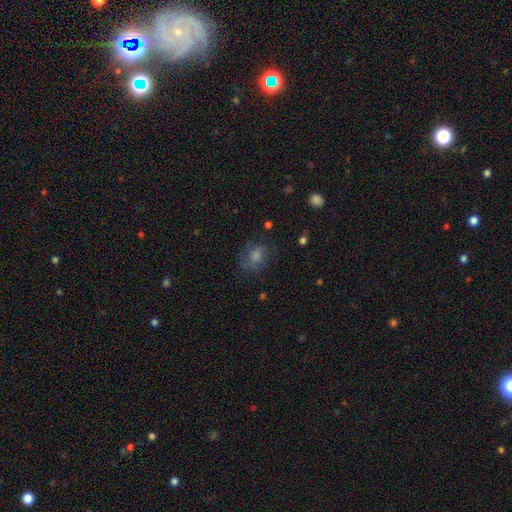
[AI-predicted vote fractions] Smooth or featured: smooth — 51% (featured or disk — 27%)
How rounded: round — 55% (in between — 44%)
Merging: none — 68% (minor disturbance — 19%)